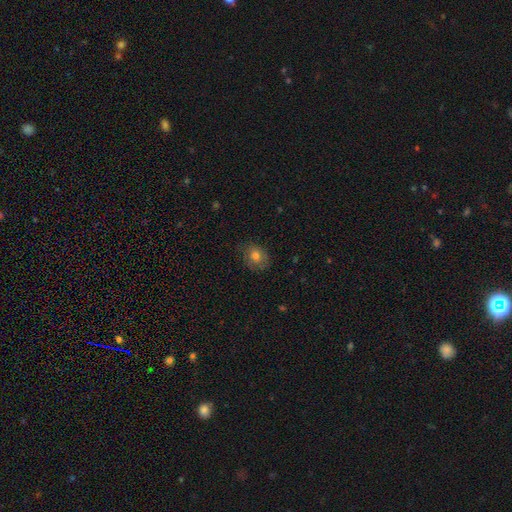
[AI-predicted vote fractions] Q: Smooth or featured?
A: smooth (75%); runner-up: featured or disk (15%)
Q: How rounded?
A: round (57%); runner-up: in between (42%)
Q: Merging?
A: none (72%); runner-up: minor disturbance (21%)